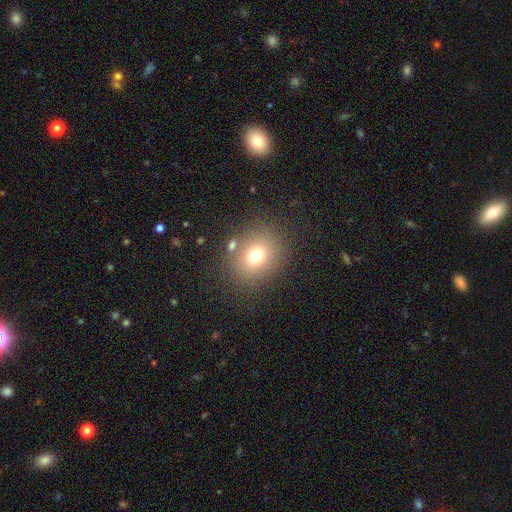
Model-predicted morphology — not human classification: smooth_or_featured: smooth (p=0.73) [alt: star or artifact p=0.15]
how_rounded: round (p=0.65) [alt: in between p=0.34]
merging: none (p=0.79) [alt: minor disturbance p=0.10]